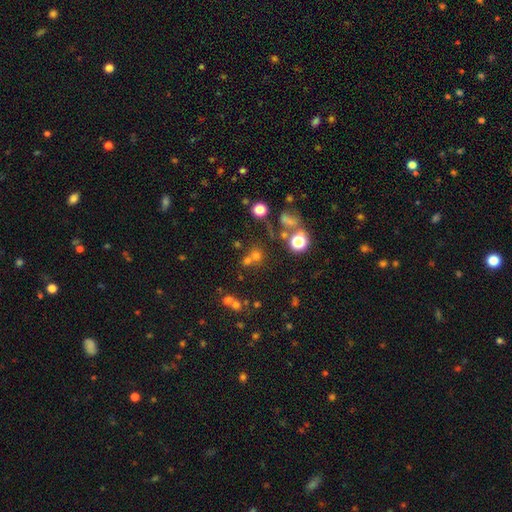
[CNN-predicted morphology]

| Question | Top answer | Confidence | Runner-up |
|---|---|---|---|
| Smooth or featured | smooth | 58% | star or artifact (30%) |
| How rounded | round | 86% | in between (13%) |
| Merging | none | 55% | merger (31%) |